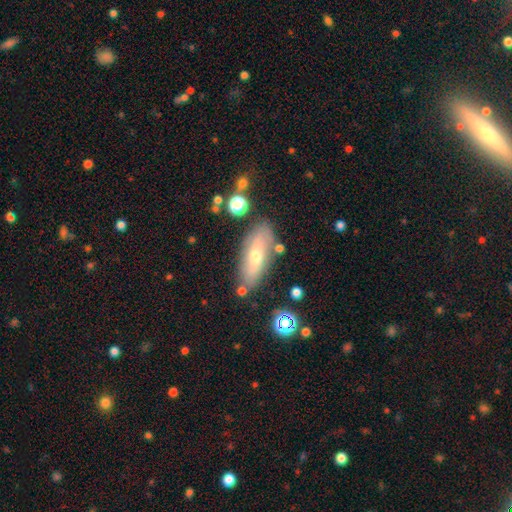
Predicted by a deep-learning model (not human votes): Q: Smooth or featured?
A: smooth (48%); runner-up: featured or disk (44%)
Q: Merging?
A: none (78%); runner-up: minor disturbance (14%)